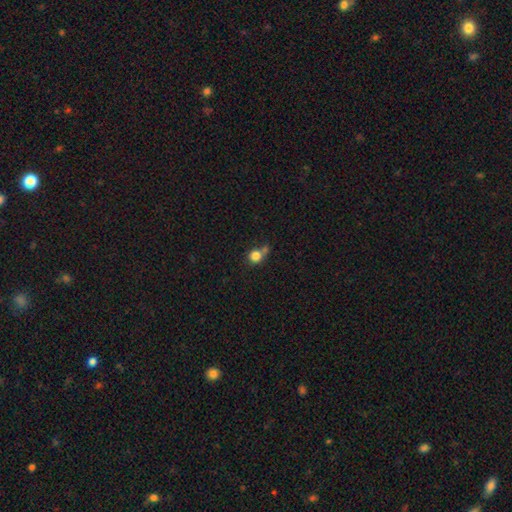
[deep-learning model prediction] This is clearly a smooth galaxy (81%). How rounded: clearly round (86%). Merging: possibly none (47%).